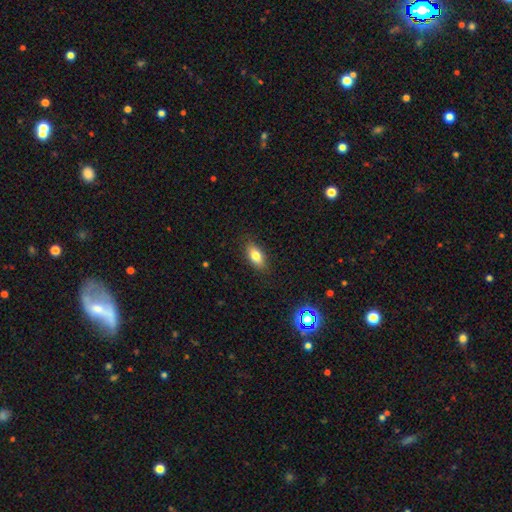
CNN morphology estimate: smooth_or_featured: smooth (p=0.79) [alt: featured or disk p=0.12]
how_rounded: in between (p=0.86) [alt: cigar-shaped p=0.09]
merging: none (p=0.87) [alt: minor disturbance p=0.10]